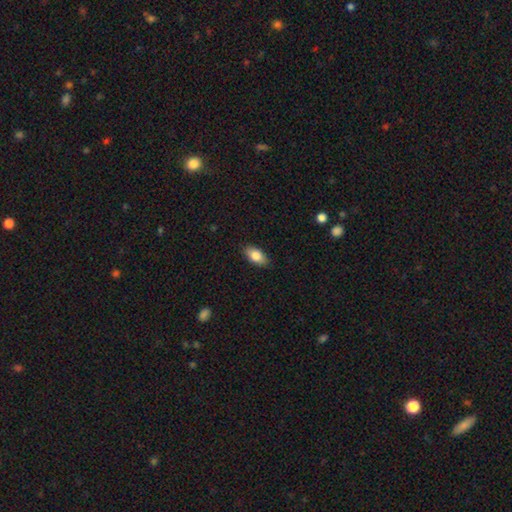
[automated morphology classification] Q: Smooth or featured?
A: smooth (83%); runner-up: featured or disk (10%)
Q: How rounded?
A: in between (91%); runner-up: cigar-shaped (5%)
Q: Merging?
A: none (87%); runner-up: minor disturbance (10%)